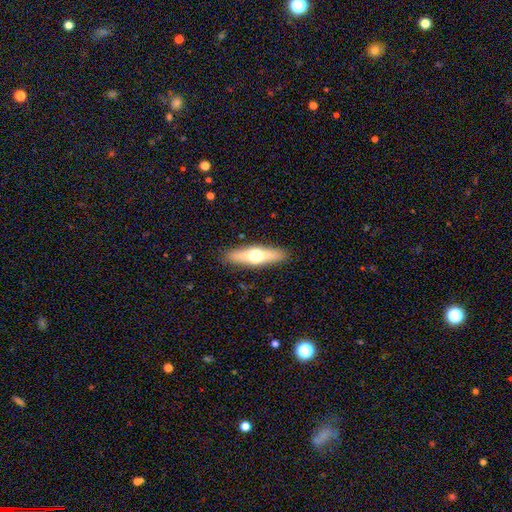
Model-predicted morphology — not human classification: This is possibly a featured or disk galaxy (51%). It is clearly viewed edge-on (90%). Merging: clearly none (89%).